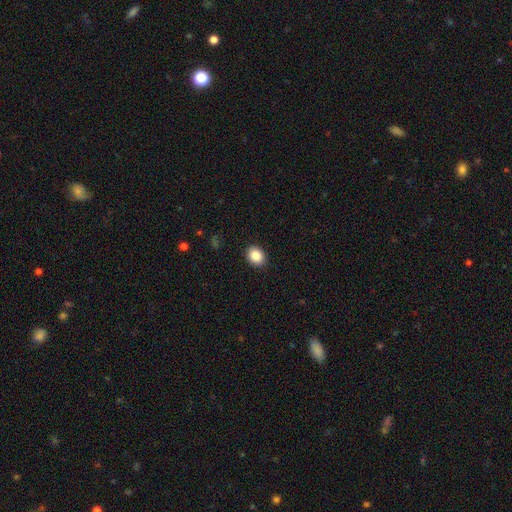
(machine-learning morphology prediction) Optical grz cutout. It shows a smooth galaxy with no disk features (88%) that is in between round and cigar-shaped (53%). Merging: none (90%).